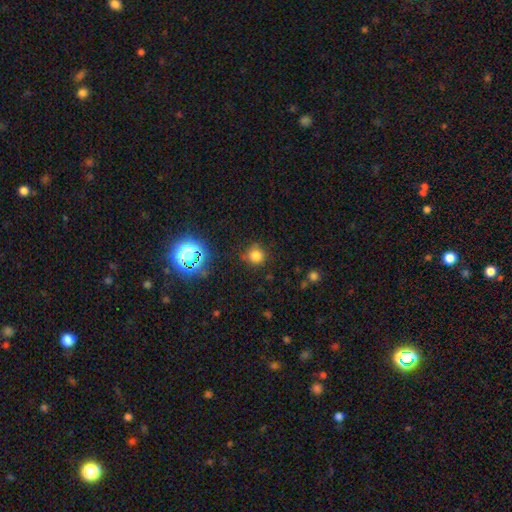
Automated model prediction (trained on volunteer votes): Overall: smooth (74%). How rounded: round (89%). Merging: none (74%).